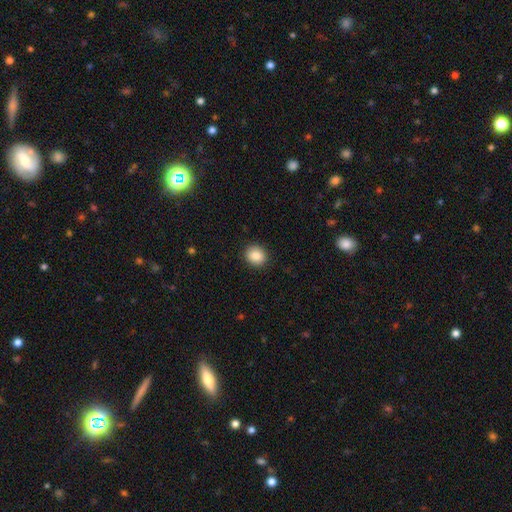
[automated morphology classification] type=smooth (87%); roundness=round (71%); merging=none (91%).